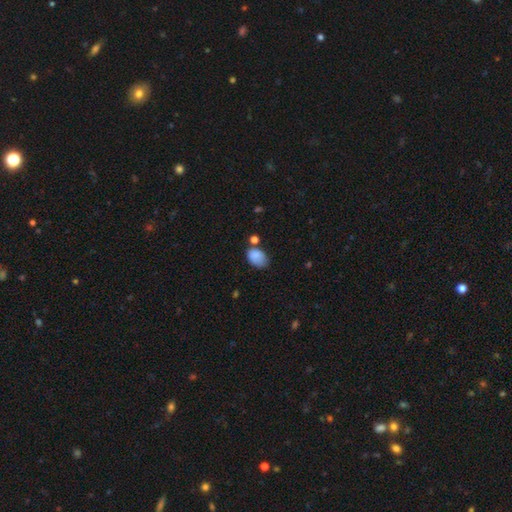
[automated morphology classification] A smooth galaxy with no disk features (83%) that is in between round and cigar-shaped (83%).

Vote fractions:
- Smooth or featured? smooth: 83% / star or artifact: 8% / featured or disk: 8%
- How rounded? in between: 83% / round: 16% / cigar-shaped: 1%
- Merging? none: 48% / minor disturbance: 32% / merger: 11% / major disturbance: 9%